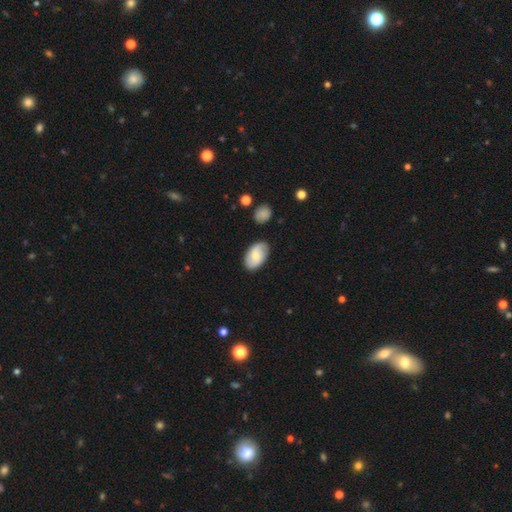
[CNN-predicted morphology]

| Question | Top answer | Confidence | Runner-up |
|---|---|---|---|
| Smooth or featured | smooth | 59% | featured or disk (34%) |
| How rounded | in between | 92% | round (7%) |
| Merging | none | 79% | minor disturbance (16%) |